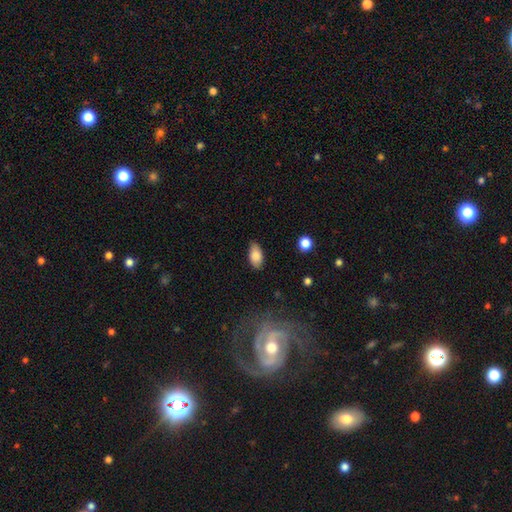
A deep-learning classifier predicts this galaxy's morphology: A smooth galaxy with no disk features (85%) that is in between round and cigar-shaped (92%).

Vote fractions:
- Smooth or featured? smooth: 85% / featured or disk: 8% / star or artifact: 7%
- How rounded? in between: 92% / round: 4% / cigar-shaped: 4%
- Merging? none: 81% / minor disturbance: 15% / major disturbance: 3% / merger: 1%